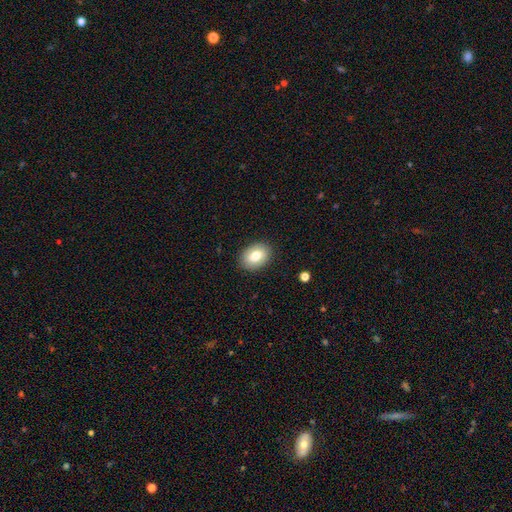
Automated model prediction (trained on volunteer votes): The model was most divided on "how rounded": in between: 78%, round: 21%, cigar-shaped: 1%. More confident: merging — none (87%); smooth or featured — smooth (77%).